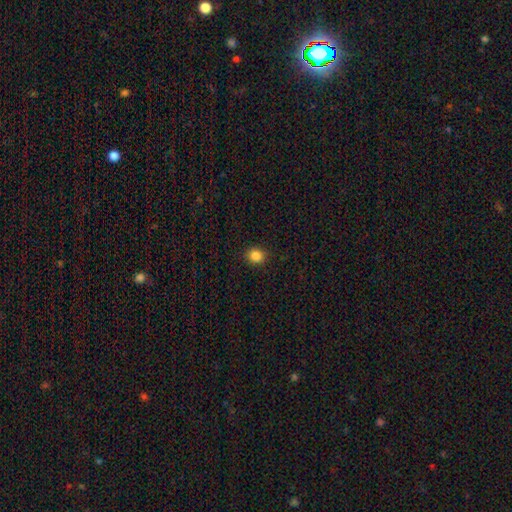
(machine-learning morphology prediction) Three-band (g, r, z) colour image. It shows a smooth galaxy with no disk features (86%) that is round (79%). Merging: none (91%).